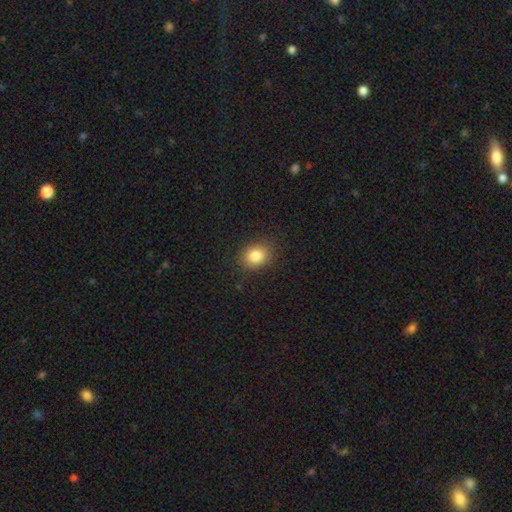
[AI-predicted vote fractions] A smooth galaxy with no disk features (83%) that is in between round and cigar-shaped (51%). Merging: none (87%).